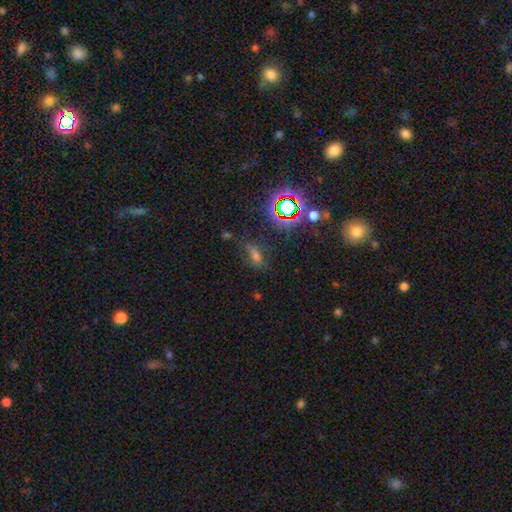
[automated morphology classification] type=smooth (47%); merging=none (65%).